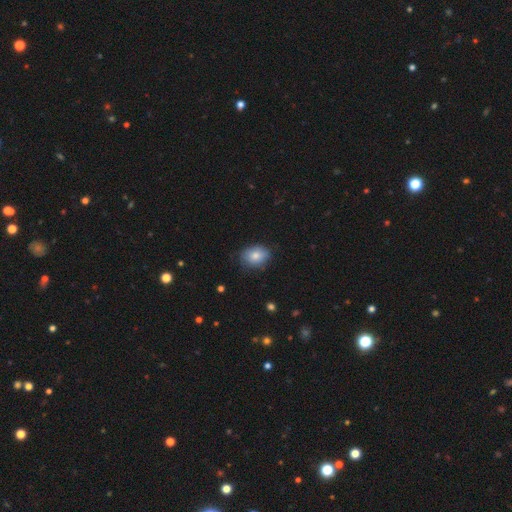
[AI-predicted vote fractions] smooth 80%, featured or disk 12%, star or artifact 8%. Down the decision tree: how rounded — in between (62%); merging — none (75%).